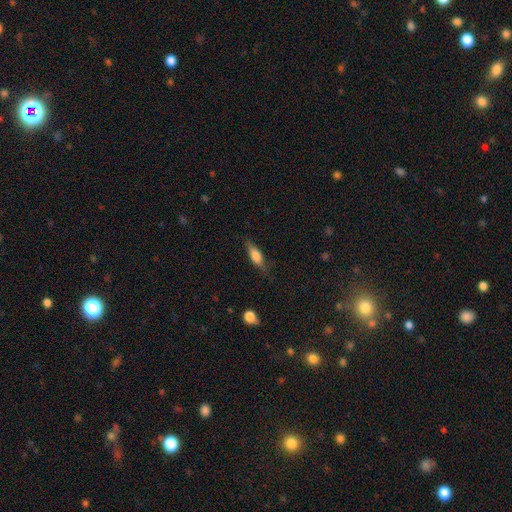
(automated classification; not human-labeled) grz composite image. It shows a smooth galaxy with no disk features (73%) that is in between round and cigar-shaped (60%). Merging: none (73%).